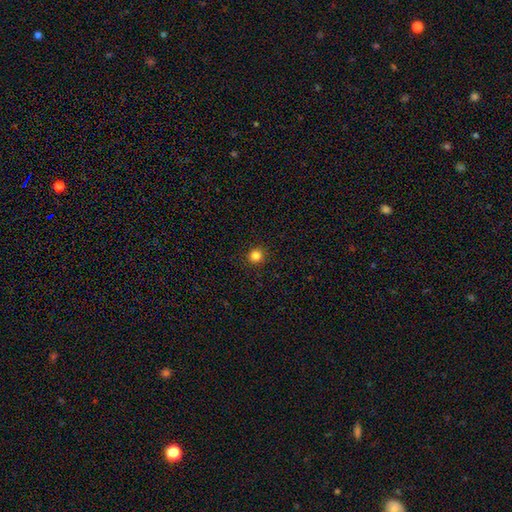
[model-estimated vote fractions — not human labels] Overall: smooth (83%). How rounded: round (94%). Merging: none (92%).